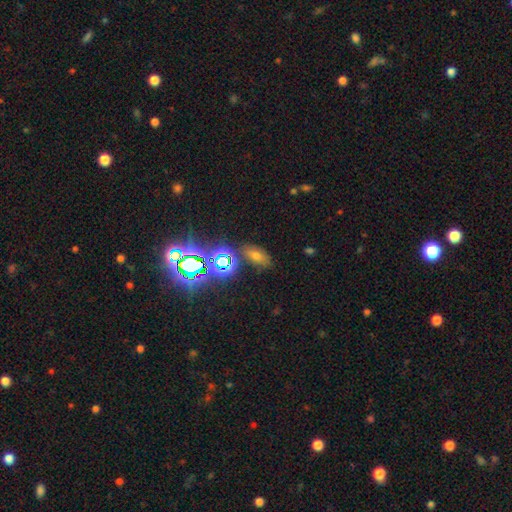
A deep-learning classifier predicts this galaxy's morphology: Smooth or featured: smooth — 44% (star or artifact — 42%)
Merging: none — 77% (minor disturbance — 12%)